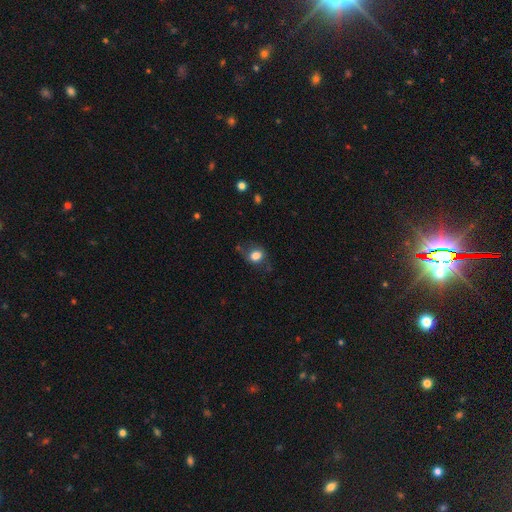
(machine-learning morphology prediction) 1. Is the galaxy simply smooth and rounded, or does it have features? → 81% smooth, 10% star or artifact, 9% featured or disk.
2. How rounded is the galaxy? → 54% round, 45% in between, 1% cigar-shaped.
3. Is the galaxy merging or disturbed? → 58% none, 26% minor disturbance, 13% major disturbance, 3% merger.